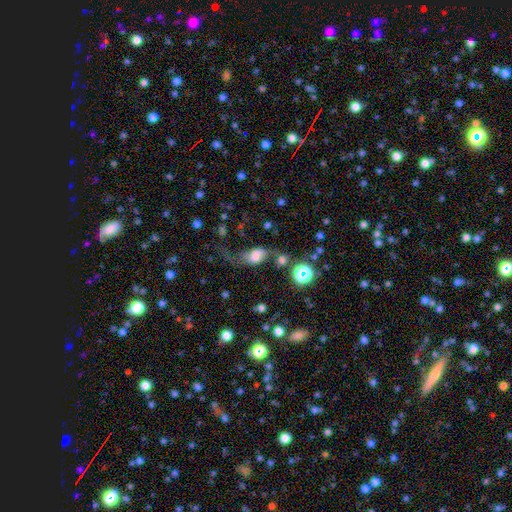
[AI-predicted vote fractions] A smooth galaxy with no disk features (51%) that is in between round and cigar-shaped (71%). Merging: major disturbance (33%).